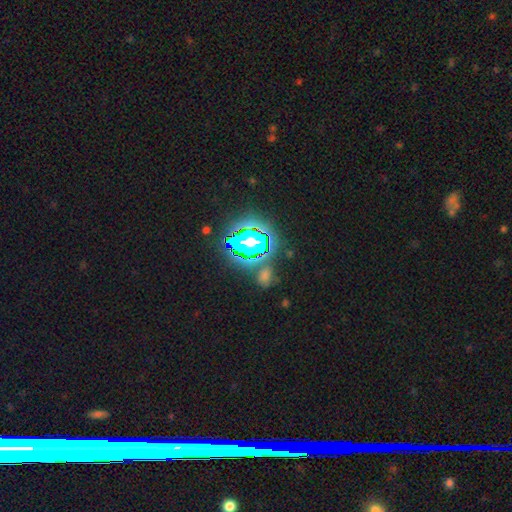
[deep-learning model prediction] This appears to be a star or artifact, not a galaxy (83%).